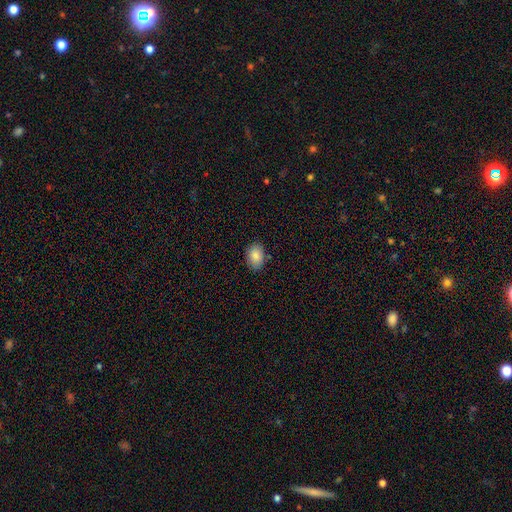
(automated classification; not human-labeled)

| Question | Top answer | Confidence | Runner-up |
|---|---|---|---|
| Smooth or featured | smooth | 86% | star or artifact (8%) |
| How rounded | in between | 79% | round (20%) |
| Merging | none | 83% | minor disturbance (13%) |